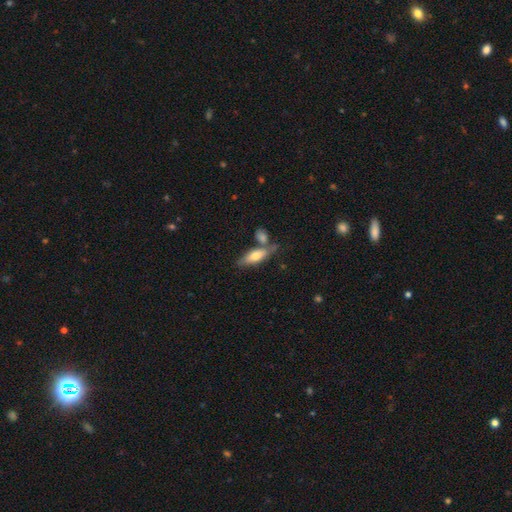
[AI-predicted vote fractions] Smooth or featured?
  - smooth: 61% *
  - featured or disk: 33%
  - star or artifact: 6%
How rounded?
  - in between: 54% *
  - cigar-shaped: 43%
  - round: 3%
Merging?
  - none: 58% *
  - merger: 23%
  - minor disturbance: 15%
  - major disturbance: 4%